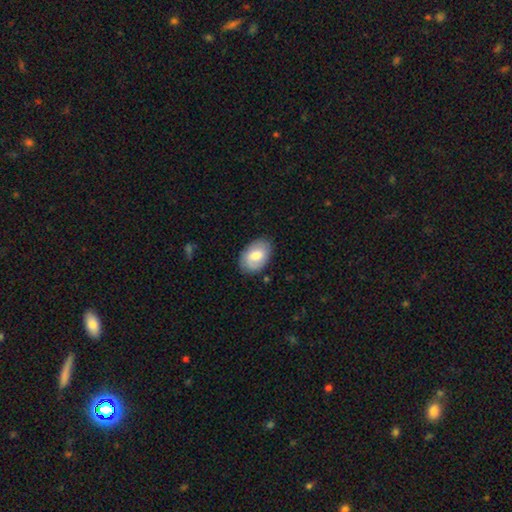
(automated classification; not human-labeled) This is likely a smooth galaxy (70%). How rounded: clearly in between (87%). Merging: clearly none (81%).